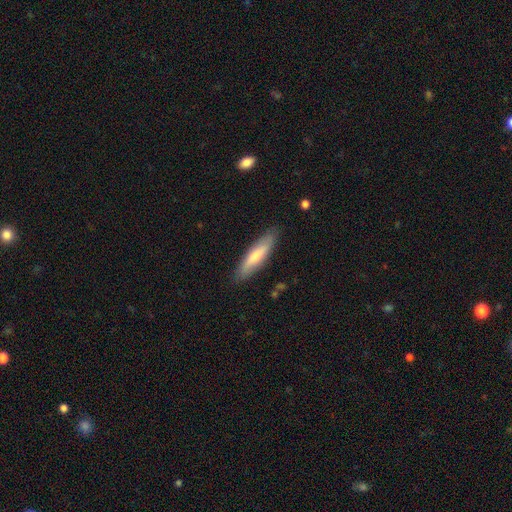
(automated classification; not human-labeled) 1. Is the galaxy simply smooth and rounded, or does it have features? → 67% smooth, 28% featured or disk, 5% star or artifact.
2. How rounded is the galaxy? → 71% cigar-shaped, 27% in between, 1% round.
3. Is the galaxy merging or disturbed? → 85% none, 12% minor disturbance, 2% major disturbance, 1% merger.